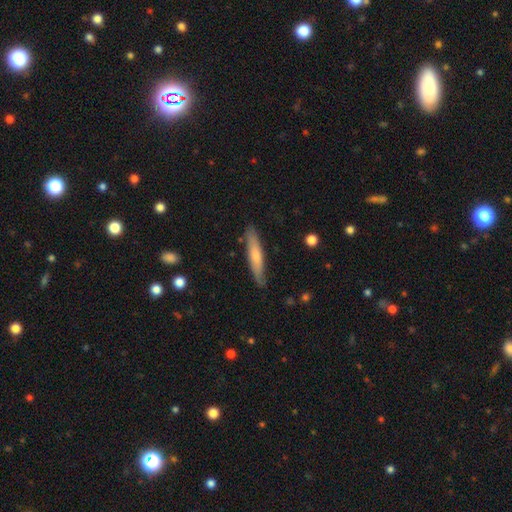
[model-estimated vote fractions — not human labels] smooth 62%, featured or disk 32%, star or artifact 5%. Down the decision tree: how rounded — cigar-shaped (88%); merging — none (84%).